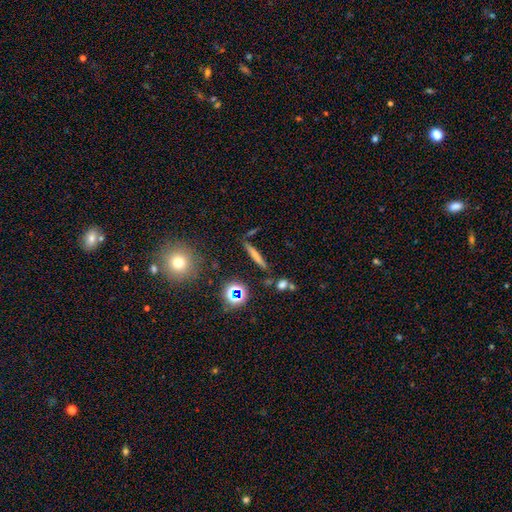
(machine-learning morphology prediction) This appears to be a smooth galaxy with no disk features (62%) that is cigar-shaped (90%). Merging: none (80%).